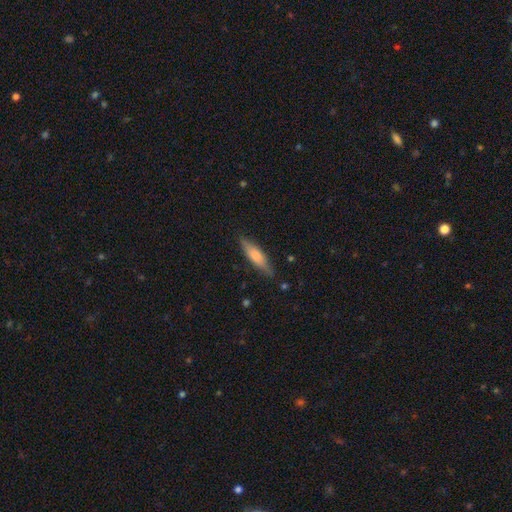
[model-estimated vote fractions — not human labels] This is likely a smooth galaxy (69%). How rounded: likely cigar-shaped (64%). Merging: clearly none (82%).